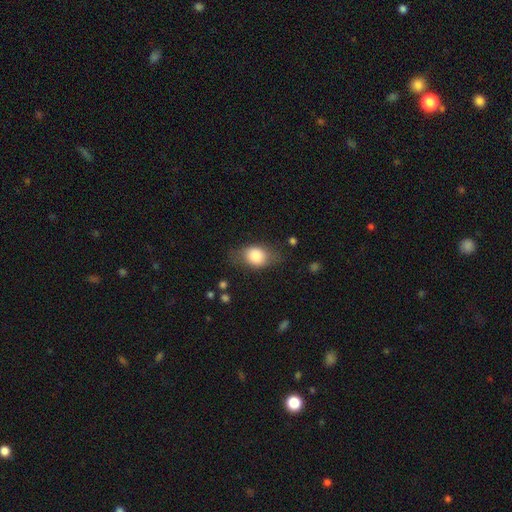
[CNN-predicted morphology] A smooth galaxy with no disk features (77%) that is in between round and cigar-shaped (66%). Merging: none (65%).